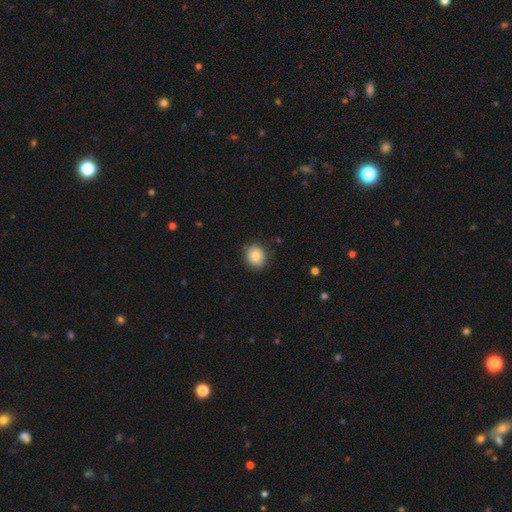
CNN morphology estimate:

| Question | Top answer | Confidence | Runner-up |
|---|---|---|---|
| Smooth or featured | smooth | 84% | featured or disk (8%) |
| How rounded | round | 75% | in between (24%) |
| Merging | none | 80% | minor disturbance (15%) |